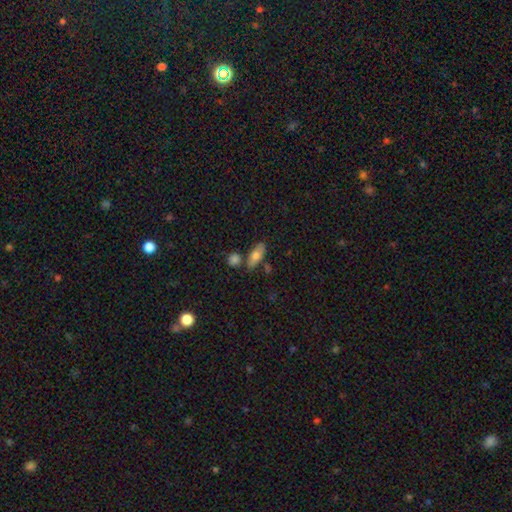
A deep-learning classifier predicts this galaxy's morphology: Smooth or featured? smooth (71%)
How rounded? in between (77%)
Merging? none (70%)